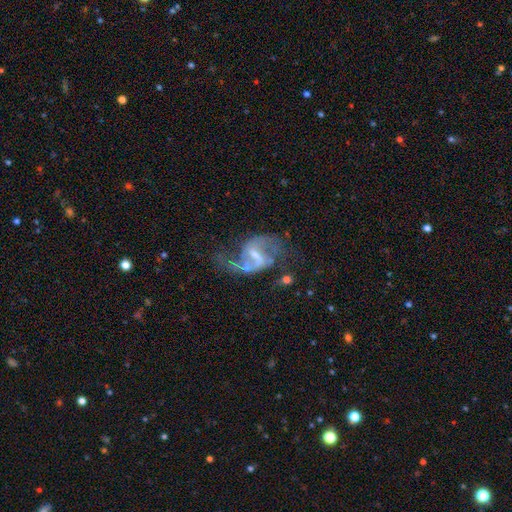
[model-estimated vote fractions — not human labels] smooth_or_featured: featured or disk (p=0.88) [alt: star or artifact p=0.06]
disk_edge_on: no (p=0.98) [alt: yes p=0.02]
bar: weak (p=0.52) [alt: strong p=0.34]
has_spiral_arms: yes (p=0.94) [alt: no p=0.06]
spiral_winding: loose (p=0.59) [alt: medium p=0.35]
spiral_arm_count: 2 (p=0.89) [alt: 1 p=0.04]
bulge_size: small (p=0.50) [alt: moderate p=0.31]
merging: none (p=0.55) [alt: major disturbance p=0.20]